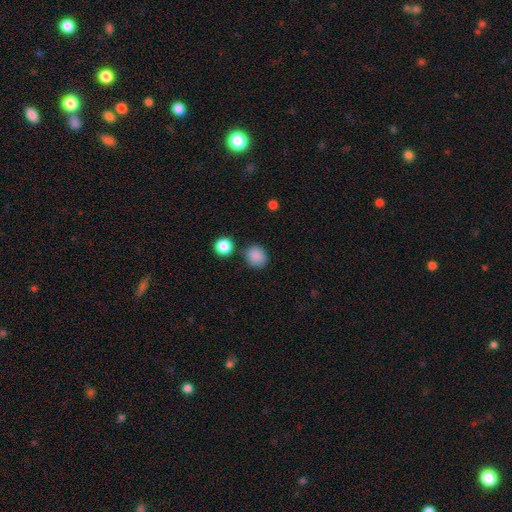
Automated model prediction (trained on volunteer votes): smooth 86%, star or artifact 10%, featured or disk 4%. Down the decision tree: how rounded — round (78%); merging — none (80%).